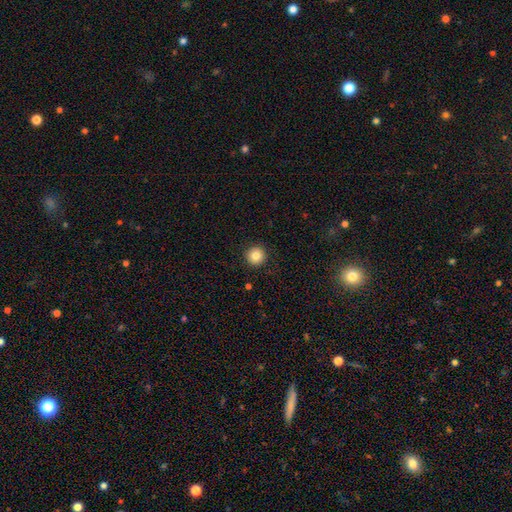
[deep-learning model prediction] smooth_or_featured: smooth (p=0.84) [alt: star or artifact p=0.10]
how_rounded: round (p=0.96) [alt: in between p=0.03]
merging: none (p=0.93) [alt: minor disturbance p=0.05]